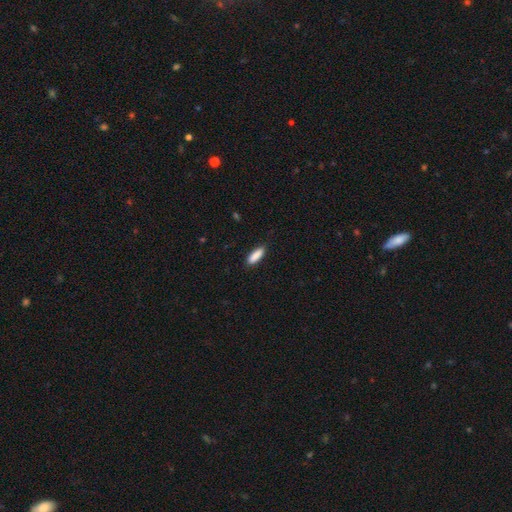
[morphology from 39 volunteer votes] smooth_or_featured: smooth (p=0.87) [alt: star or artifact p=0.08]
how_rounded: in between (p=0.50) [tied with: cigar-shaped p=0.50]
merging: none (p=0.86) [alt: minor disturbance p=0.06]